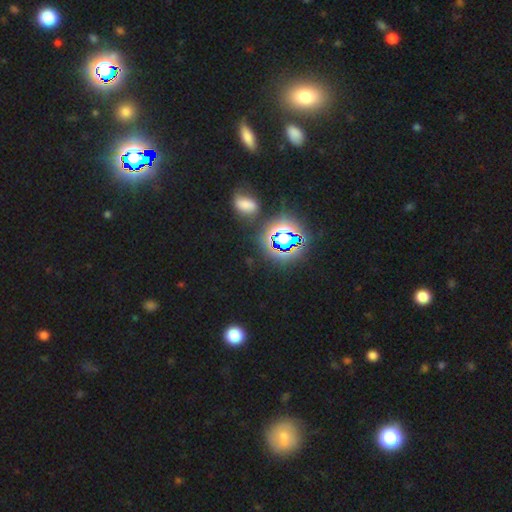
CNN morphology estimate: This is likely a star or artifact rather than a galaxy (74%).